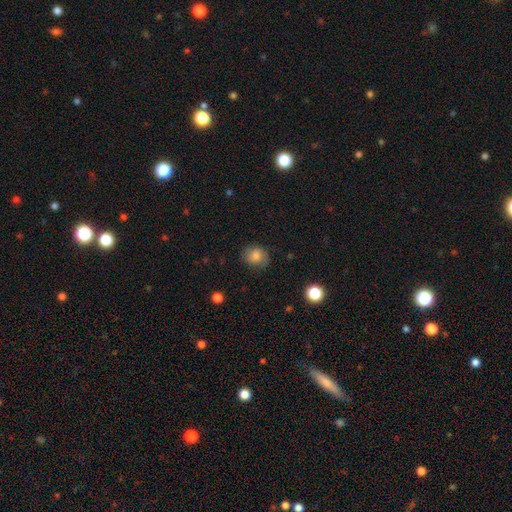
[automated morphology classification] smooth 77%, featured or disk 13%, star or artifact 10%. Down the decision tree: how rounded — round (61%); merging — none (76%).